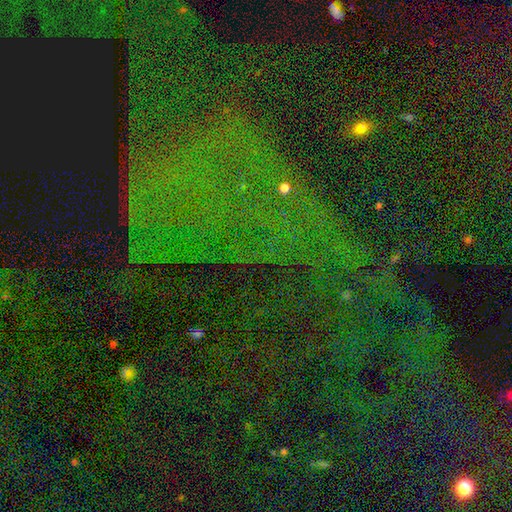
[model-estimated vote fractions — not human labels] smooth-or-featured: star or artifact: 80% | featured or disk: 10% | smooth: 10%